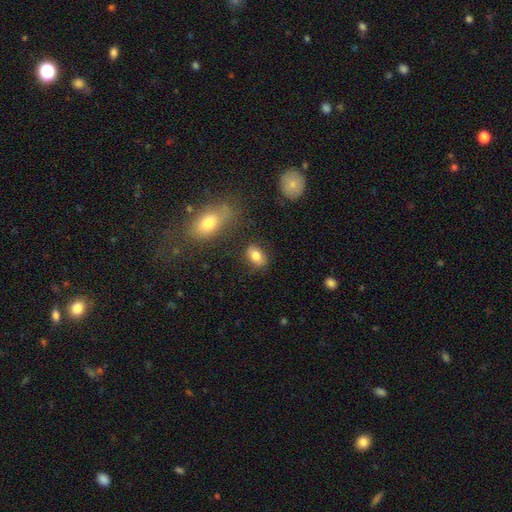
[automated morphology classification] smooth 81%, featured or disk 10%, star or artifact 9%. Down the decision tree: how rounded — in between (83%); merging — none (80%).